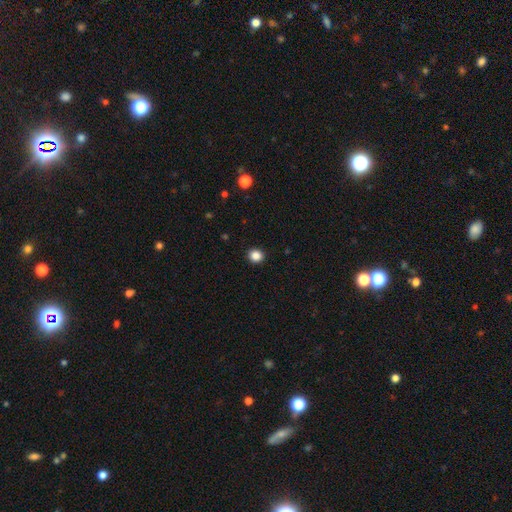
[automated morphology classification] Smooth or featured? smooth (86%)
How rounded? round (84%)
Merging? none (92%)